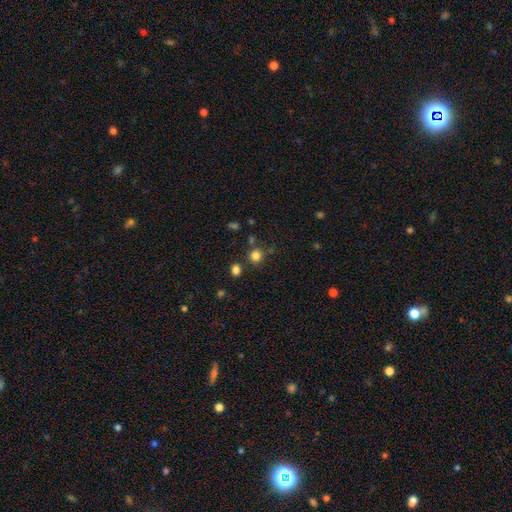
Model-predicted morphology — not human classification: This is likely a smooth galaxy (80%). How rounded: clearly round (91%). Merging: likely none (78%).